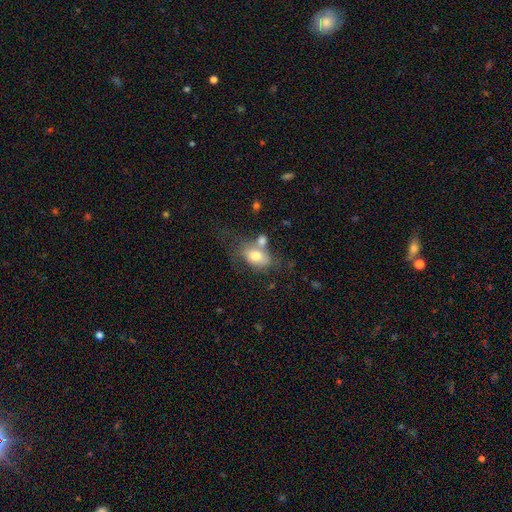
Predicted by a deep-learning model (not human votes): Smooth or featured? smooth (72%)
How rounded? in between (80%)
Merging? none (37%)